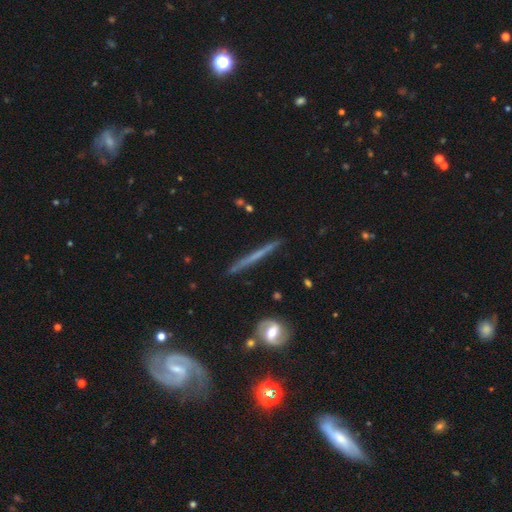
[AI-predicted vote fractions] Smooth or featured? Predicted: featured or disk (p=0.64). Edge-on disk? Predicted: yes (p=0.93). Edge-on bulge? Predicted: none (p=0.85). Merging? Predicted: none (p=0.87).